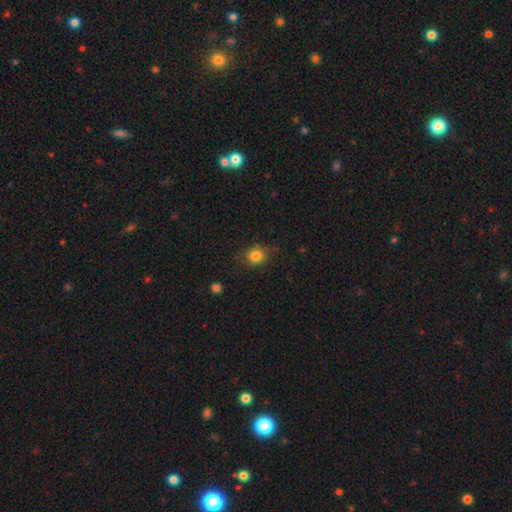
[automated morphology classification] A smooth galaxy with no disk features (82%) that is round (63%).

Vote fractions:
- Smooth or featured? smooth: 82% / star or artifact: 11% / featured or disk: 7%
- How rounded? round: 63% / in between: 36% / cigar-shaped: 1%
- Merging? none: 78% / minor disturbance: 16% / major disturbance: 4% / merger: 2%